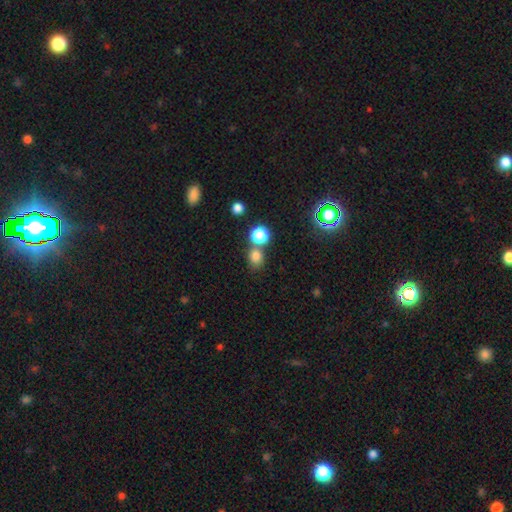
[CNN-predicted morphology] smooth-or-featured: smooth: 78% | star or artifact: 16% | featured or disk: 6%
  how-rounded: round: 71% | in between: 28% | cigar-shaped: 1%
  merging: none: 58% | merger: 30% | minor disturbance: 9% | major disturbance: 3%